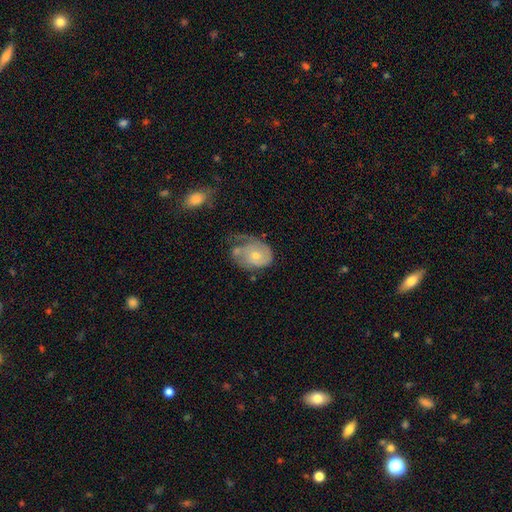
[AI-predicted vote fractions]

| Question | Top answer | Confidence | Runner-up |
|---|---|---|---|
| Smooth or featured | featured or disk | 54% | smooth (39%) |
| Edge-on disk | no | 97% | yes (3%) |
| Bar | no | 81% | weak (17%) |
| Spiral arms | yes | 68% | no (32%) |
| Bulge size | small | 49% | moderate (46%) |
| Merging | major disturbance | 37% | minor disturbance (29%) |